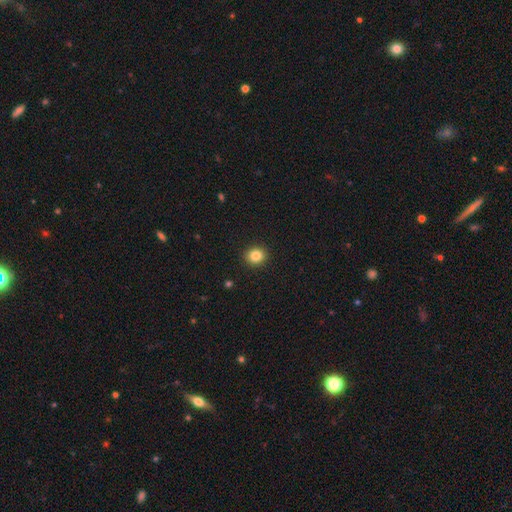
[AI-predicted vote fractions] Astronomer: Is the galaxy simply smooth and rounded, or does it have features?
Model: smooth — 84%.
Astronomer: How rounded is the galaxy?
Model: round — 80%.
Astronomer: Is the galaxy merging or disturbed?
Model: none — 92%.